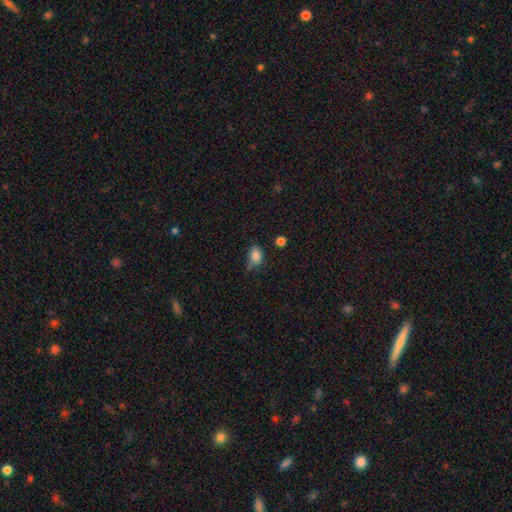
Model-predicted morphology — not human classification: smooth_or_featured: smooth (p=0.83) [alt: star or artifact p=0.11]
how_rounded: in between (p=0.75) [alt: round p=0.23]
merging: none (p=0.53) [alt: minor disturbance p=0.31]